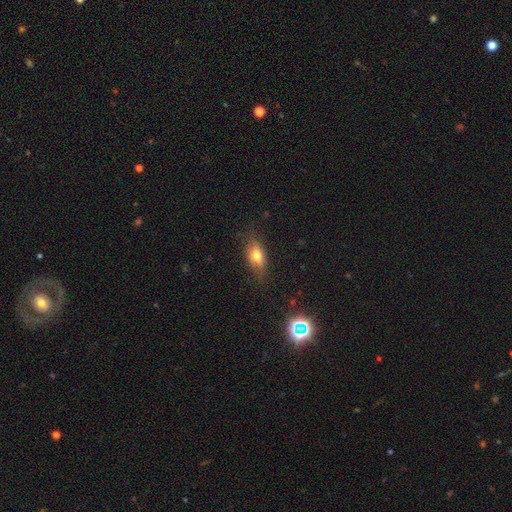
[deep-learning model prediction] smooth 63%, featured or disk 27%, star or artifact 10%. Down the decision tree: how rounded — in between (76%); merging — none (77%).